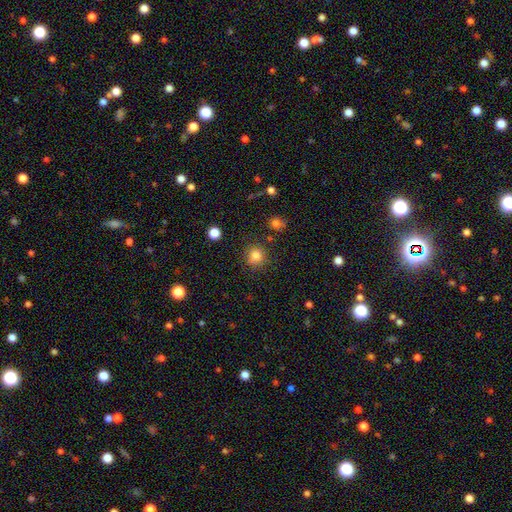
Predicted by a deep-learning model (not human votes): smooth 83%, star or artifact 13%, featured or disk 5%. Down the decision tree: how rounded — round (91%); merging — none (85%).